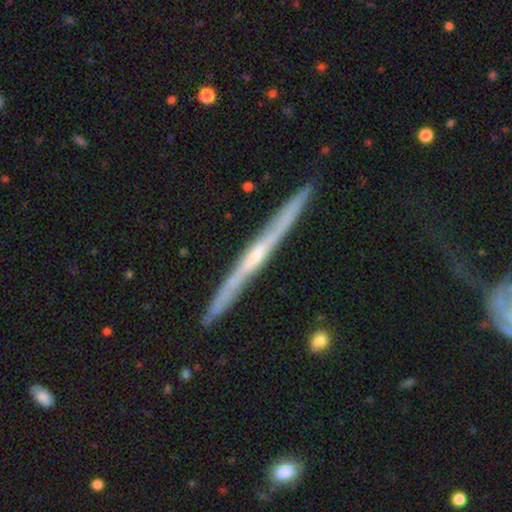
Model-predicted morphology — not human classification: The model was most divided on "edge-on bulge": rounded: 55%, none: 39%, boxy: 6%. More confident: edge-on disk — yes (97%); merging — none (85%); smooth or featured — featured or disk (80%).